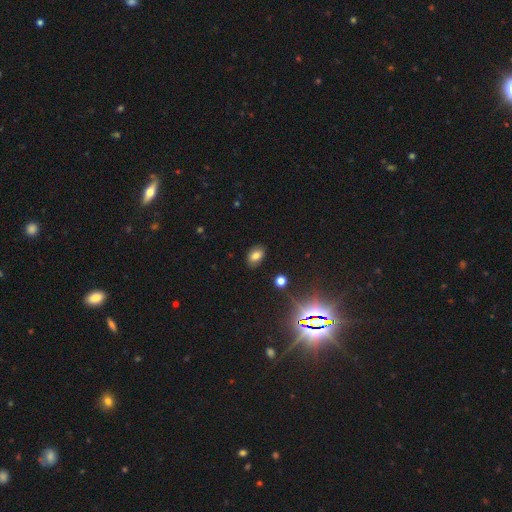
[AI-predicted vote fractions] This is likely a smooth galaxy (76%). How rounded: clearly in between (85%). Merging: clearly none (84%).